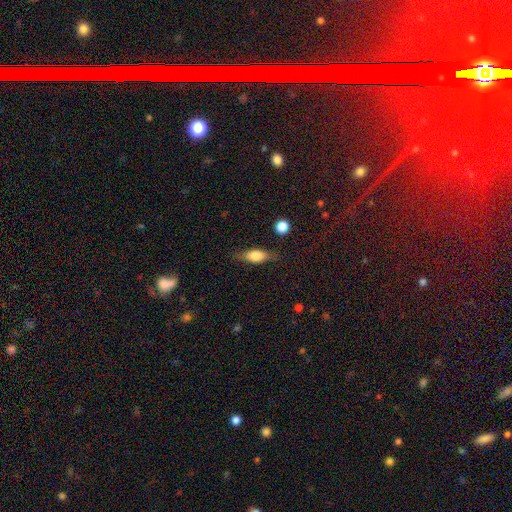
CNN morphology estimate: The model was most divided on "how rounded": in between: 65%, cigar-shaped: 30%, round: 5%. More confident: merging — none (77%); smooth or featured — smooth (64%).